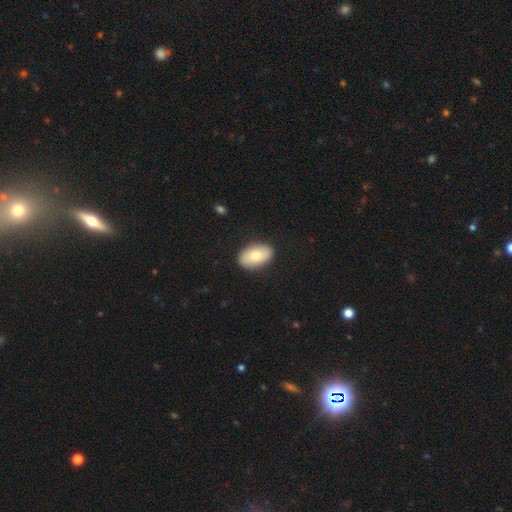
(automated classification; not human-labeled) Smooth or featured? Predicted: smooth (p=0.76). How rounded? Predicted: in between (p=0.91). Merging? Predicted: none (p=0.88).